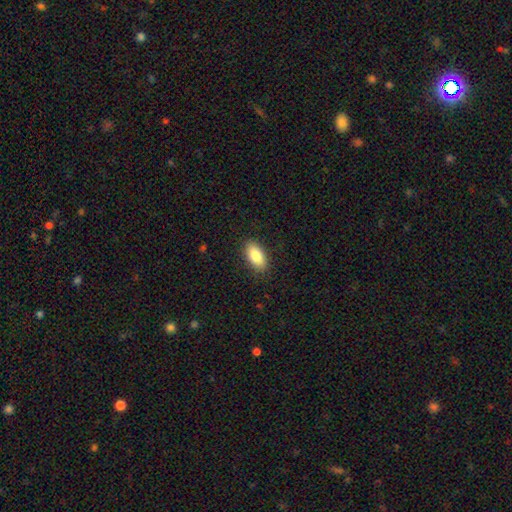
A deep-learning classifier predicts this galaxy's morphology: This appears to be a smooth galaxy with no disk features (86%) that is in between round and cigar-shaped (92%). Merging: none (88%).